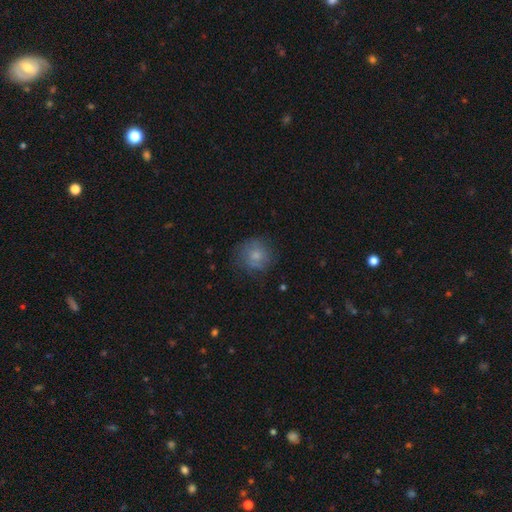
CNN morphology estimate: smooth 72%, featured or disk 19%, star or artifact 9%. Down the decision tree: how rounded — round (89%); merging — none (71%).